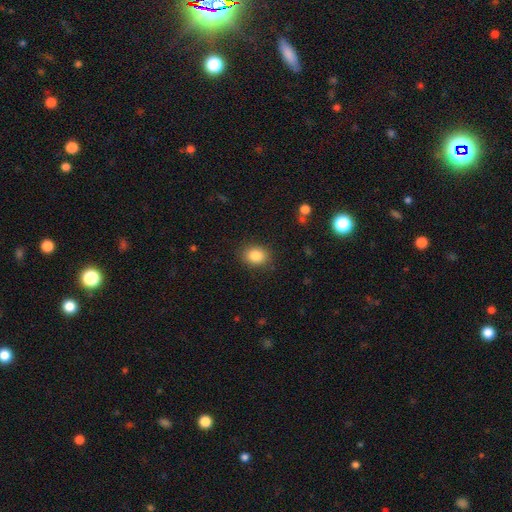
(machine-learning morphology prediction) smooth-or-featured: smooth: 85% | star or artifact: 9% | featured or disk: 6%
  how-rounded: in between: 51% | round: 49% | cigar-shaped: 1%
  merging: none: 87% | minor disturbance: 9% | major disturbance: 3% | merger: 1%